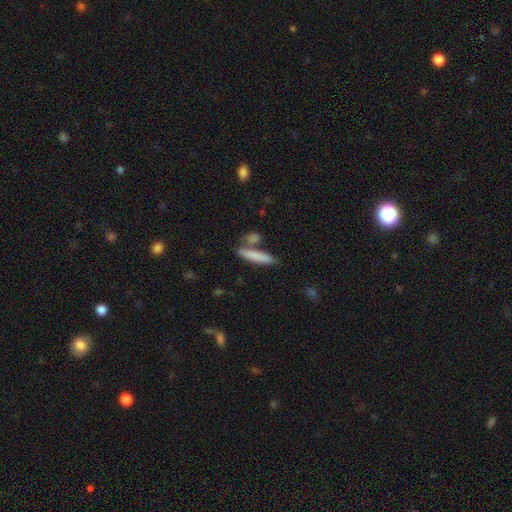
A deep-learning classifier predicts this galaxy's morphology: smooth 79%, featured or disk 14%, star or artifact 6%. Down the decision tree: how rounded — cigar-shaped (83%); merging — none (68%).